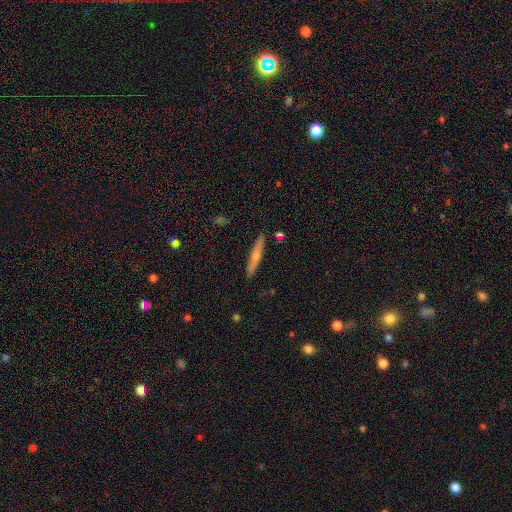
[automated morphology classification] smooth 57%, featured or disk 37%, star or artifact 6%. Down the decision tree: how rounded — cigar-shaped (92%); merging — none (88%).